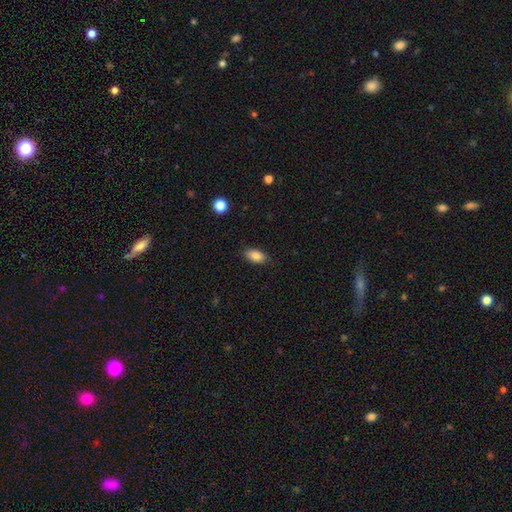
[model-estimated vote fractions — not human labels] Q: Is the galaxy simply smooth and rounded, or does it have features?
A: smooth — 86%.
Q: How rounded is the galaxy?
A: in between — 90%.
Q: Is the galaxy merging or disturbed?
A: none — 84%.